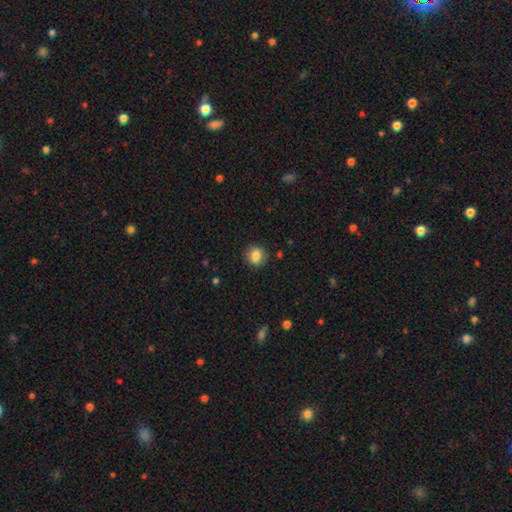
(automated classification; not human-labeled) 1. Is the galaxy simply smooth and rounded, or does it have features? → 83% smooth, 10% star or artifact, 7% featured or disk.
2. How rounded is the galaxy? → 80% round, 19% in between, 1% cigar-shaped.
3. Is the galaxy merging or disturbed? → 86% none, 10% minor disturbance, 3% major disturbance, 1% merger.